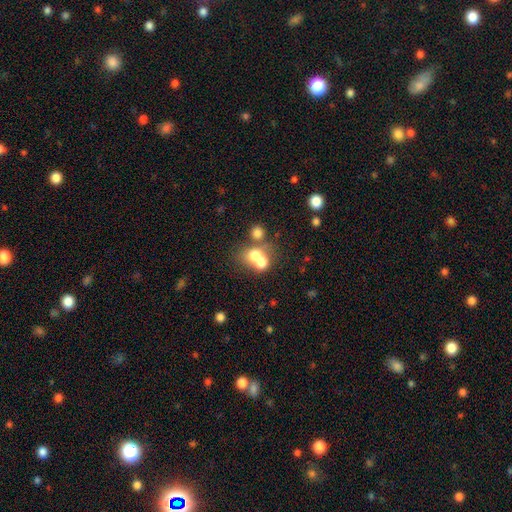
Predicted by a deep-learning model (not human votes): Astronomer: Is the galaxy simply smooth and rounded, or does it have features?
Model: smooth — 66%.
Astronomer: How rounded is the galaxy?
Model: round — 68%.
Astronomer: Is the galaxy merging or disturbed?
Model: merger — 59%.